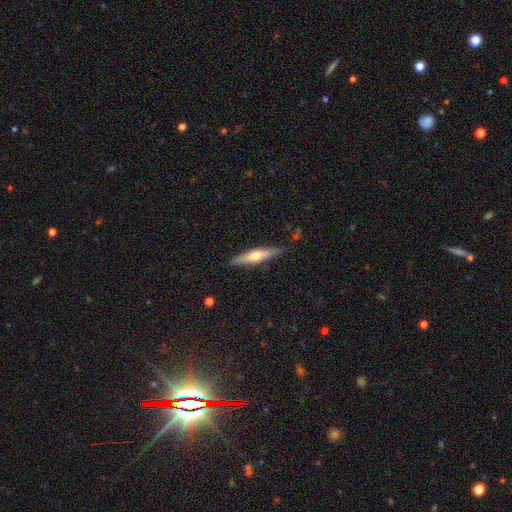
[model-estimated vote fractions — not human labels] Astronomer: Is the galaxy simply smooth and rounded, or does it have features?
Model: smooth — 48% (runner-up: featured or disk, 46%).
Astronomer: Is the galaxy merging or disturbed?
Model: none — 84%.